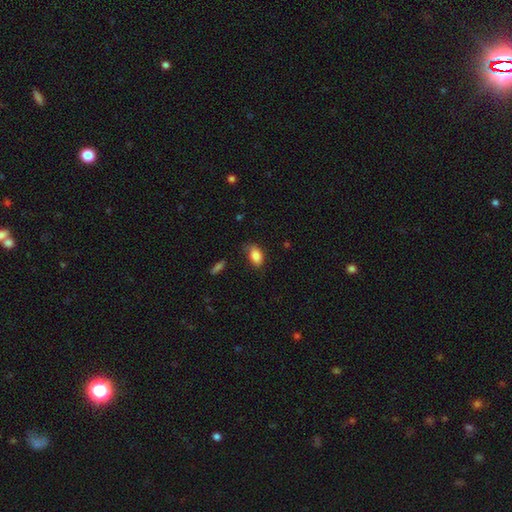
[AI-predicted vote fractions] Smooth or featured: smooth — 86% (star or artifact — 8%)
How rounded: in between — 90% (round — 7%)
Merging: none — 69% (minor disturbance — 24%)